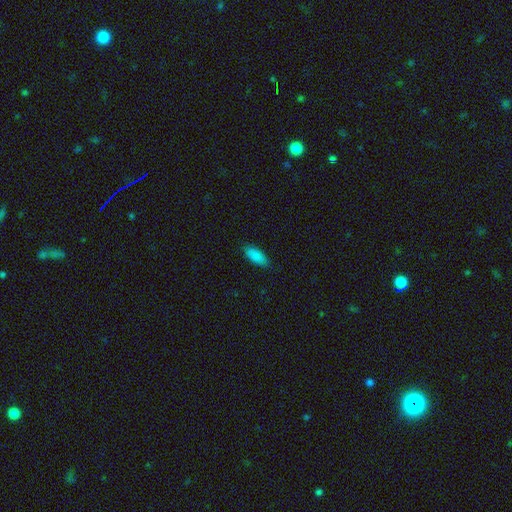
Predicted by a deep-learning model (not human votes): This is clearly a smooth galaxy (89%). How rounded: likely in between (78%). Merging: clearly none (86%).